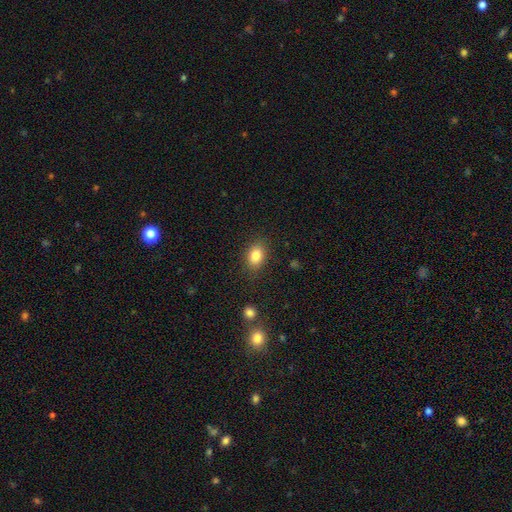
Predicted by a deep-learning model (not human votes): Q: Smooth or featured?
A: smooth (84%); runner-up: star or artifact (9%)
Q: How rounded?
A: in between (79%); runner-up: round (20%)
Q: Merging?
A: none (85%); runner-up: minor disturbance (10%)